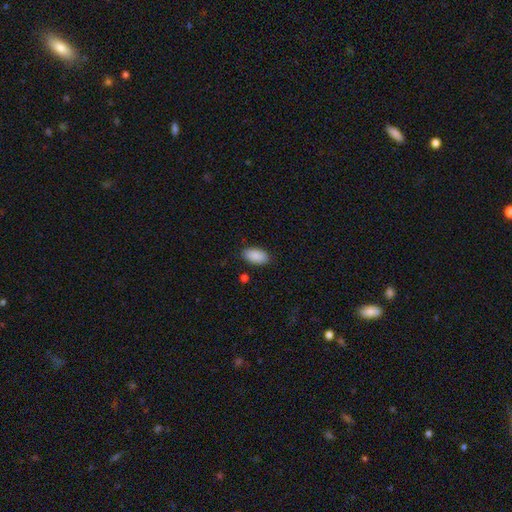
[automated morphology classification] smooth-or-featured: smooth: 89% | star or artifact: 6% | featured or disk: 5%
  how-rounded: in between: 95% | round: 3% | cigar-shaped: 2%
  merging: none: 86% | minor disturbance: 10% | major disturbance: 2% | merger: 2%